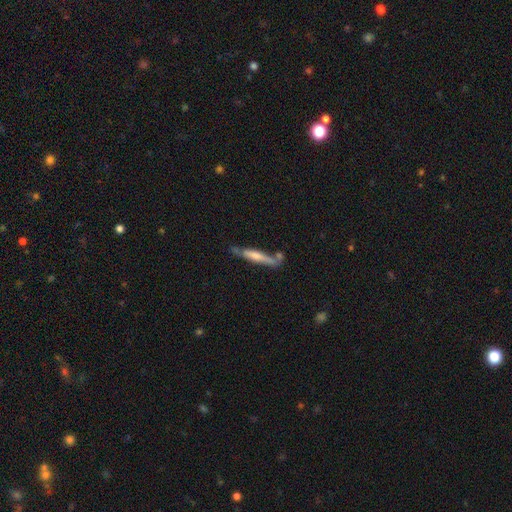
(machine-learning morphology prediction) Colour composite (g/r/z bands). It shows a featured or disk galaxy (54%) viewed edge-on (89%). Merging: none (65%).